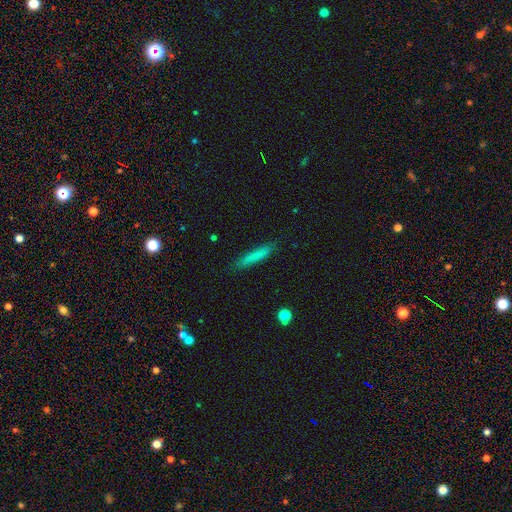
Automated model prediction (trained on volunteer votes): A smooth galaxy with no disk features (76%) that is cigar-shaped (93%). Merging: none (86%).